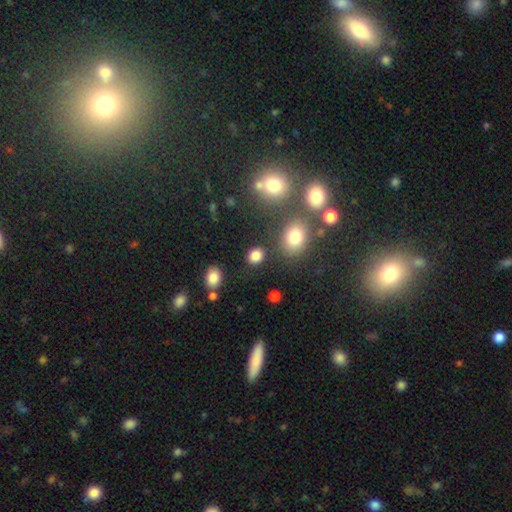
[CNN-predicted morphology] This is clearly a smooth galaxy (82%). How rounded: possibly round (56%). Merging: clearly none (83%).